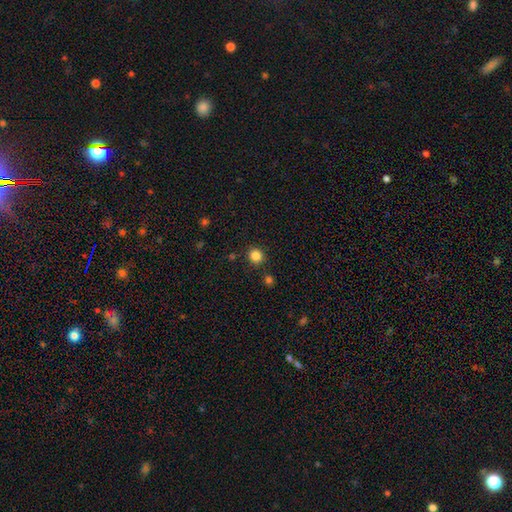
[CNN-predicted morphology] Smooth or featured? Predicted: smooth (p=0.84). How rounded? Predicted: round (p=0.90). Merging? Predicted: none (p=0.88).